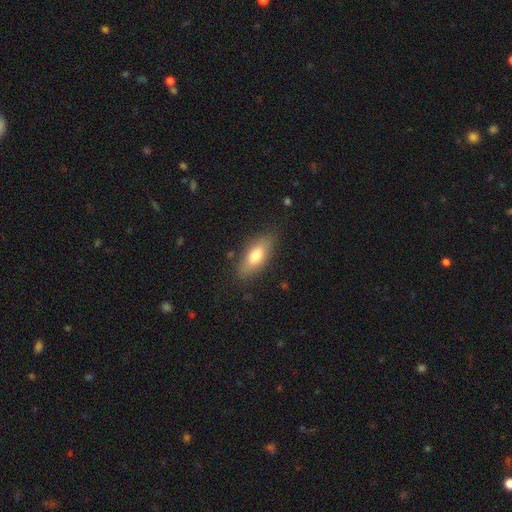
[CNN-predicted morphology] smooth 72%, featured or disk 22%, star or artifact 7%. Down the decision tree: how rounded — in between (76%); merging — none (82%).